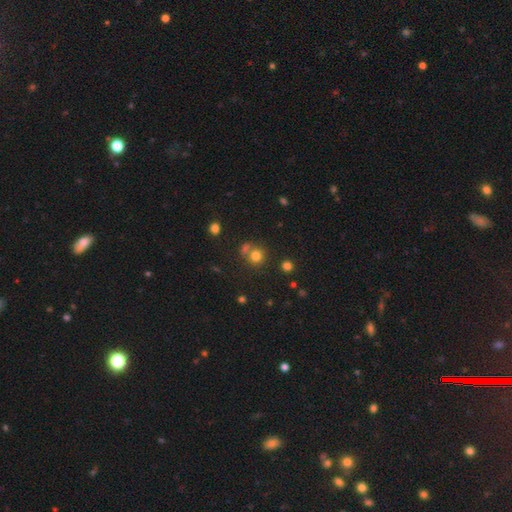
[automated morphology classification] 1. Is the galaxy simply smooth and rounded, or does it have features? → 74% smooth, 18% star or artifact, 8% featured or disk.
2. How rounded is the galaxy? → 88% round, 11% in between, 1% cigar-shaped.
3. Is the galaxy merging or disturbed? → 64% none, 24% merger, 9% minor disturbance, 4% major disturbance.